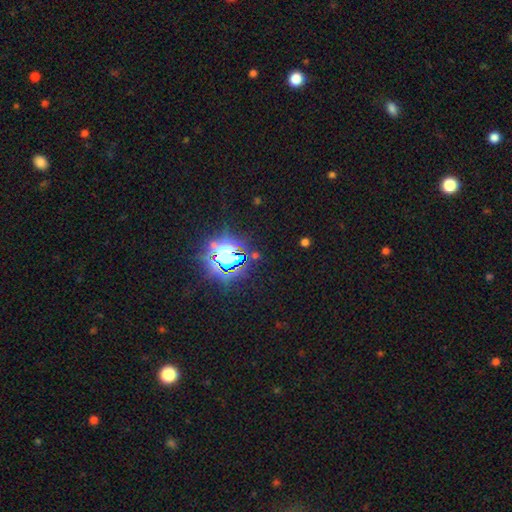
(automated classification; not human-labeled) Smooth or featured: star or artifact — 78% (smooth — 14%)